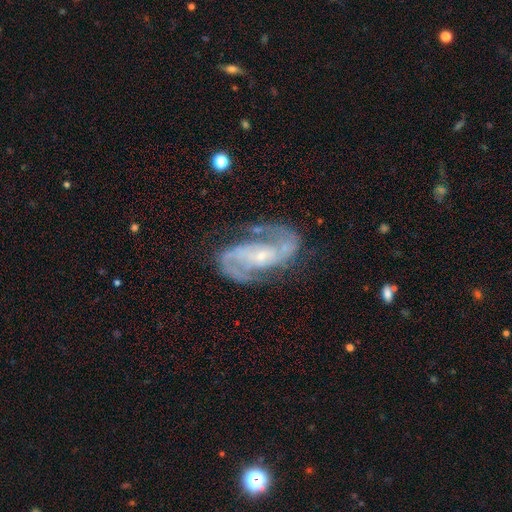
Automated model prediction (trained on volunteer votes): A featured or disk galaxy (90%) with no bar (46%), 2 (90%) medium (54%) spiral arms (97%) and a small central bulge (72%).

Vote fractions:
- Smooth or featured? featured or disk: 90% / star or artifact: 6% / smooth: 5%
- Edge-on disk? no: 97% / yes: 3%
- Bar? no: 46% / weak: 32% / strong: 22%
- Spiral arms? yes: 97% / no: 3%
- Spiral winding? medium: 54% / tight: 28% / loose: 18%
- Spiral arm count? 2: 90% / can't tell: 3% / 3: 3% / 1: 2% / 4: 1% / more than 4: 1%
- Bulge size? small: 72% / moderate: 21% / none: 4% / large: 2% / dominant: 1%
- Merging? none: 74% / minor disturbance: 16% / major disturbance: 8% / merger: 2%